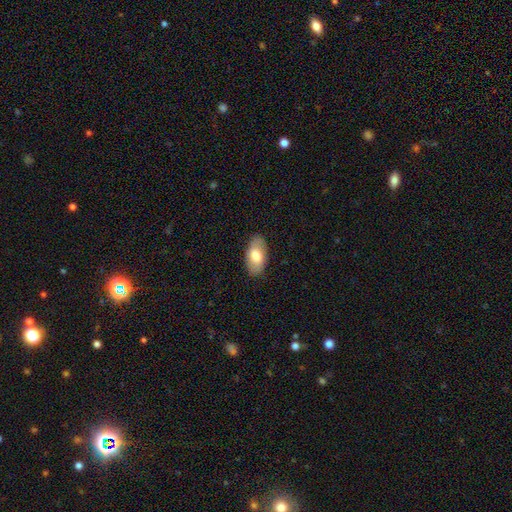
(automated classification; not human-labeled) smooth_or_featured: smooth (p=0.73) [alt: featured or disk p=0.21]
how_rounded: in between (p=0.94) [alt: round p=0.03]
merging: none (p=0.85) [alt: minor disturbance p=0.12]